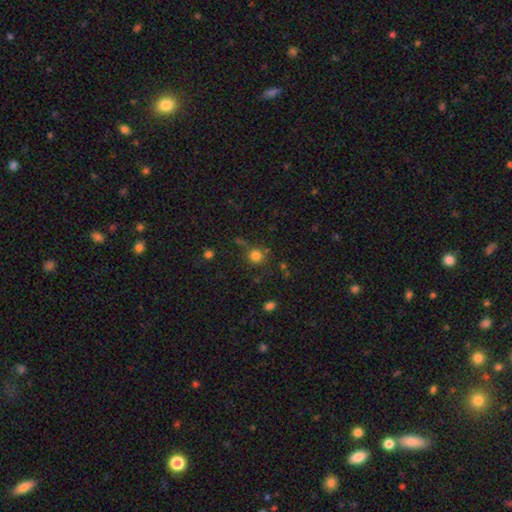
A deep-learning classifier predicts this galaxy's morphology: Smooth or featured? smooth (79%)
How rounded? round (92%)
Merging? none (76%)